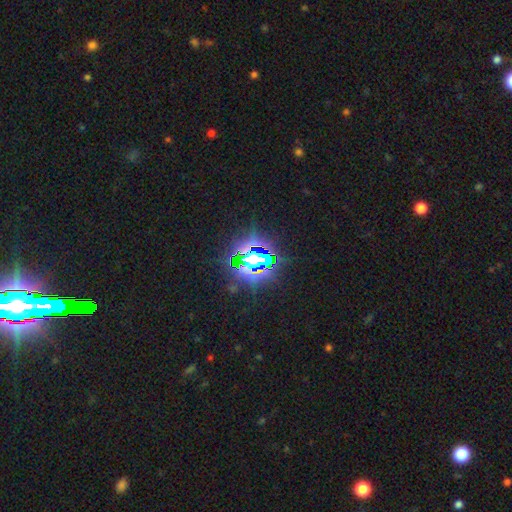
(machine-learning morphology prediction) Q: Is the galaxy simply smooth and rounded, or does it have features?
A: star or artifact — 82%.